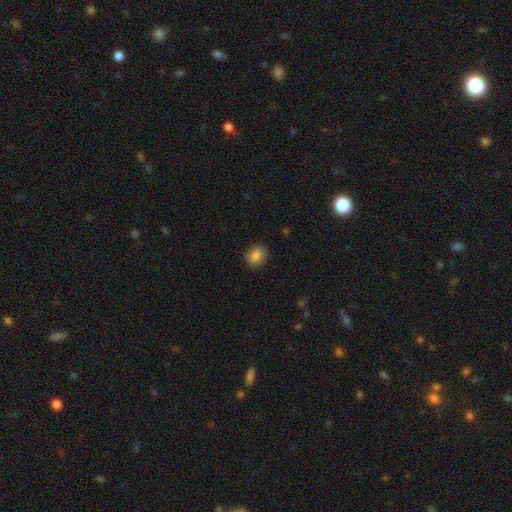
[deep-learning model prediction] Smooth or featured? Predicted: smooth (p=0.85). How rounded? Predicted: round (p=0.65). Merging? Predicted: none (p=0.89).